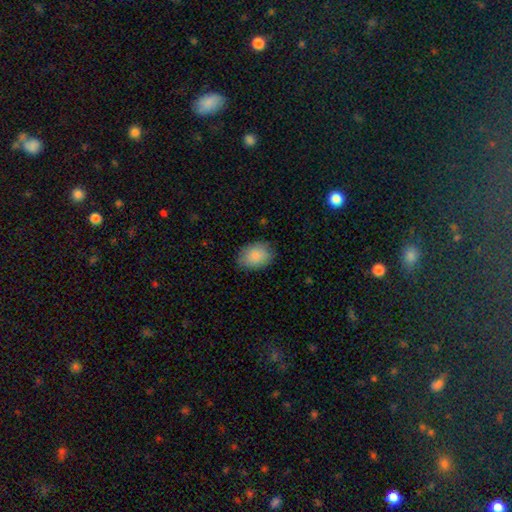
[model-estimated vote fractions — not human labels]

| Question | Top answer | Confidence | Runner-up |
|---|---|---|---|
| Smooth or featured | smooth | 88% | star or artifact (6%) |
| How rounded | in between | 76% | round (23%) |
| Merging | none | 81% | minor disturbance (15%) |